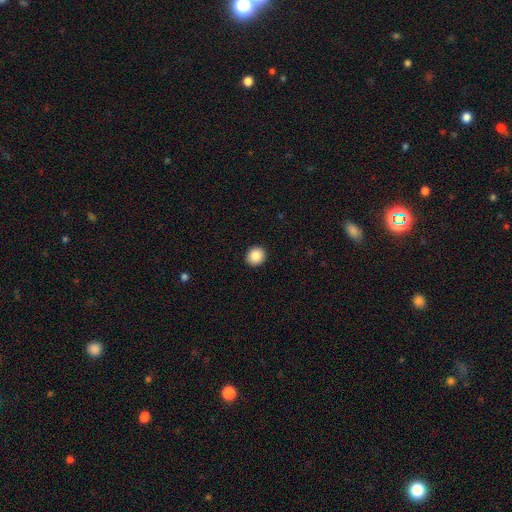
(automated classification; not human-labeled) Q: Smooth or featured?
A: smooth (88%); runner-up: star or artifact (9%)
Q: How rounded?
A: round (87%); runner-up: in between (12%)
Q: Merging?
A: none (92%); runner-up: minor disturbance (5%)